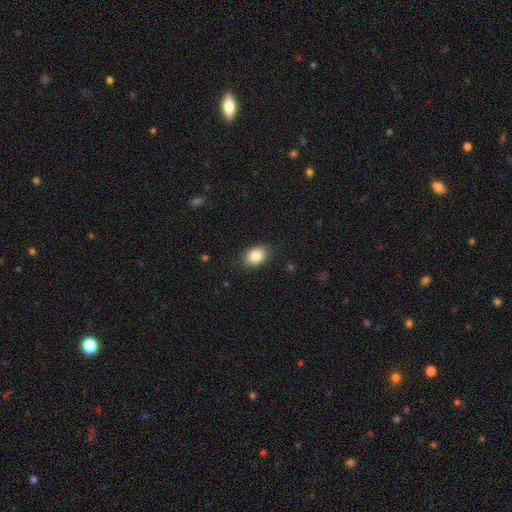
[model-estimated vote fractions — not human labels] This appears to be a smooth galaxy with no disk features (84%) that is in between round and cigar-shaped (75%). Merging: none (84%).